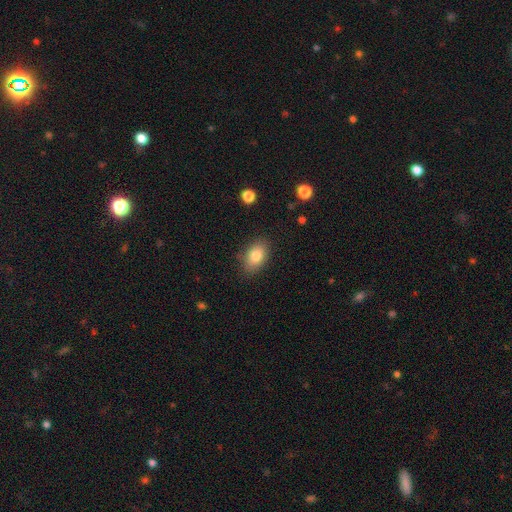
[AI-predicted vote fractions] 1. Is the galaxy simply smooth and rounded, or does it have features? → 82% smooth, 10% featured or disk, 8% star or artifact.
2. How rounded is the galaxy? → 87% in between, 11% round, 2% cigar-shaped.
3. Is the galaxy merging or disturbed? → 84% none, 12% minor disturbance, 3% major disturbance, 1% merger.